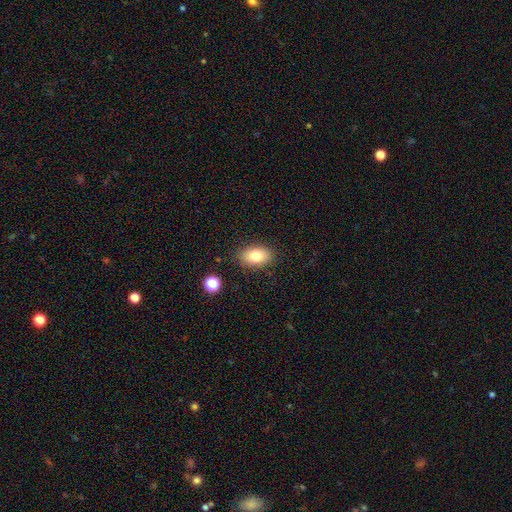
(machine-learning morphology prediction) This is likely a smooth galaxy (79%). How rounded: clearly in between (86%). Merging: clearly none (86%).